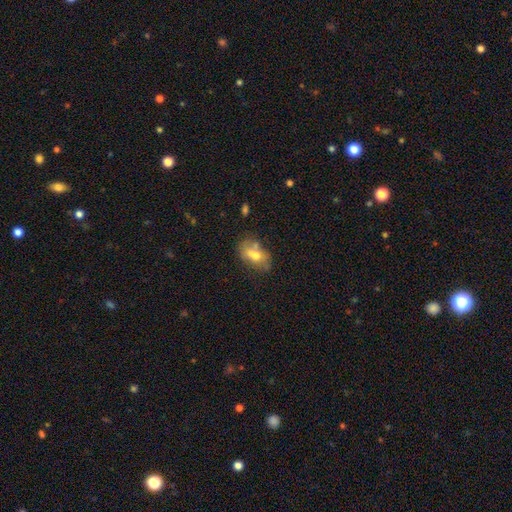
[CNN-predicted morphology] This appears to be a smooth galaxy with no disk features (58%) that is in between round and cigar-shaped (82%). Merging: none (43%).